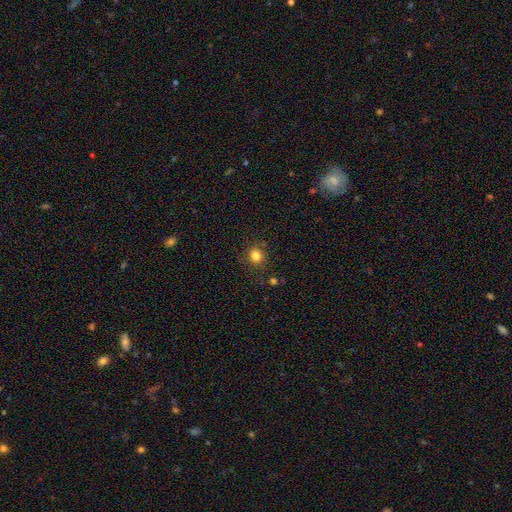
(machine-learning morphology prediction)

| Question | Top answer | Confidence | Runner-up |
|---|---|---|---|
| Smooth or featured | smooth | 81% | star or artifact (13%) |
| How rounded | round | 87% | in between (12%) |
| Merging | none | 85% | minor disturbance (9%) |